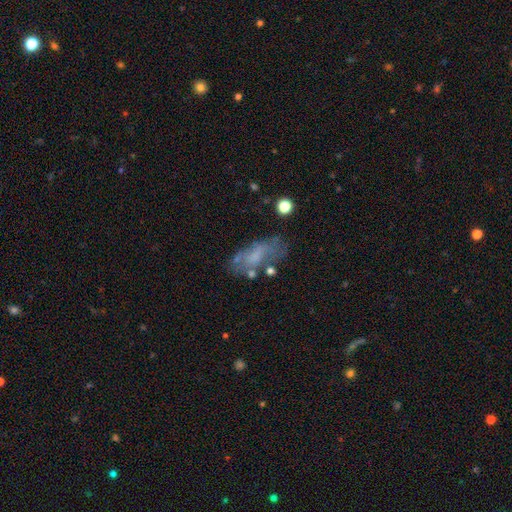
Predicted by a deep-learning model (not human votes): Overall: smooth (46%; featured or disk 43%). Merging: none (50%; minor disturbance 24%).